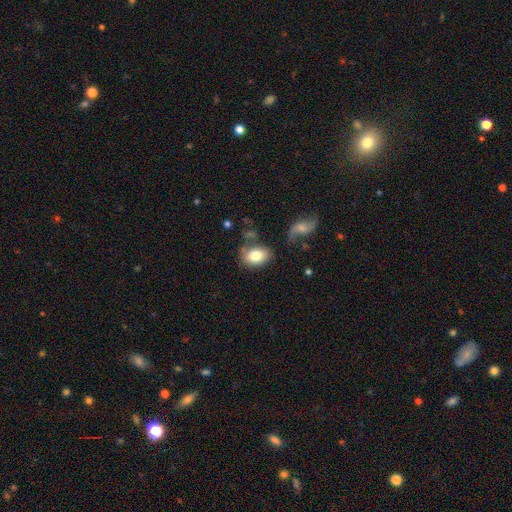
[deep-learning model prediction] A smooth galaxy with no disk features (78%) that is in between round and cigar-shaped (76%).

Vote fractions:
- Smooth or featured? smooth: 78% / featured or disk: 15% / star or artifact: 7%
- How rounded? in between: 76% / round: 22% / cigar-shaped: 1%
- Merging? none: 64% / minor disturbance: 21% / merger: 8% / major disturbance: 8%